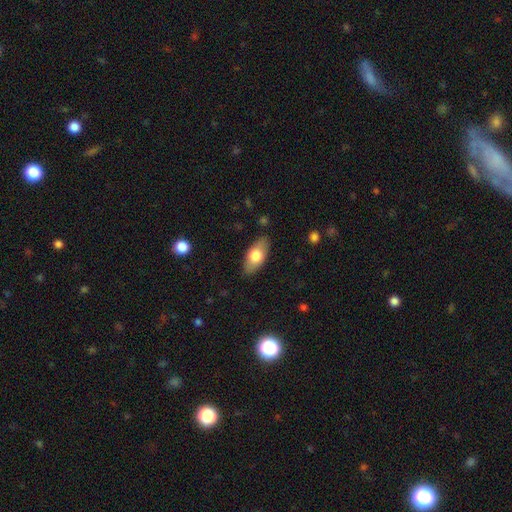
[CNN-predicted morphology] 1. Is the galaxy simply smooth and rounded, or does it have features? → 70% smooth, 24% featured or disk, 6% star or artifact.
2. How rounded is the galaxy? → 88% in between, 8% cigar-shaped, 4% round.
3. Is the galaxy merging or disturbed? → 84% none, 12% minor disturbance, 3% major disturbance, 1% merger.